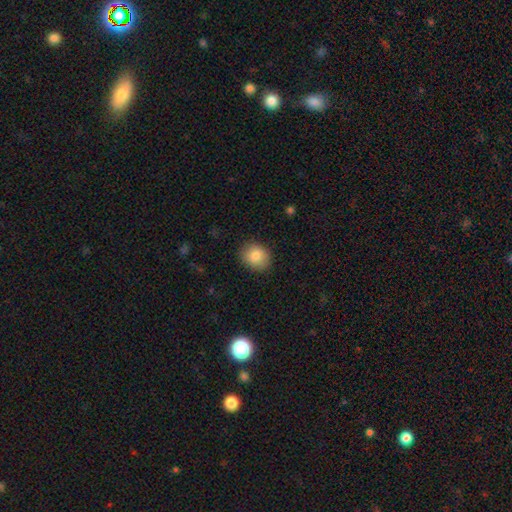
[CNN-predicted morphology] A smooth galaxy with no disk features (85%) that is round (59%).

Vote fractions:
- Smooth or featured? smooth: 85% / star or artifact: 8% / featured or disk: 7%
- How rounded? round: 59% / in between: 40% / cigar-shaped: 1%
- Merging? none: 87% / minor disturbance: 9% / major disturbance: 2% / merger: 1%